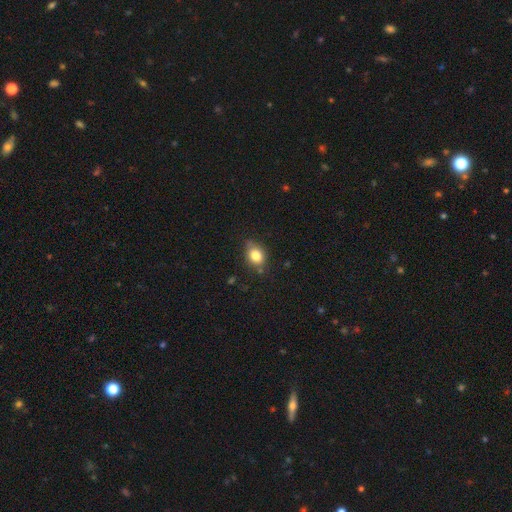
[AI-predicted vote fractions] Smooth or featured: smooth — 80% (star or artifact — 10%)
How rounded: in between — 58% (round — 40%)
Merging: none — 68% (minor disturbance — 24%)